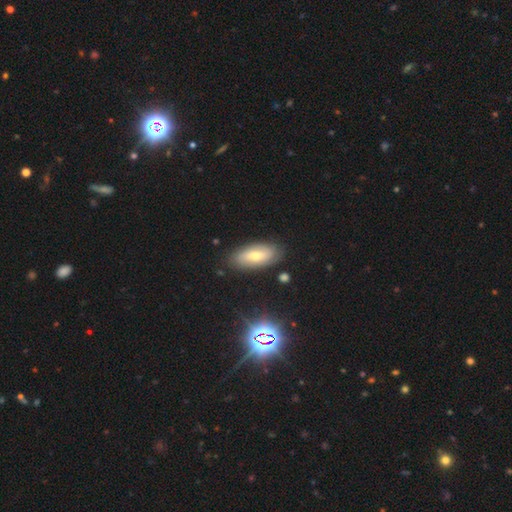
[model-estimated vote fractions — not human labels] Smooth or featured? Predicted: smooth (p=0.54). How rounded? Predicted: in between (p=0.85). Merging? Predicted: none (p=0.84).